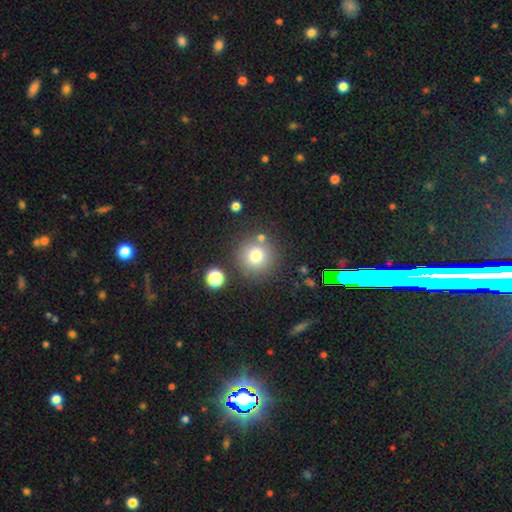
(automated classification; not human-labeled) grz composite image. It shows a smooth galaxy with no disk features (76%) that is round (95%). Merging: none (81%).